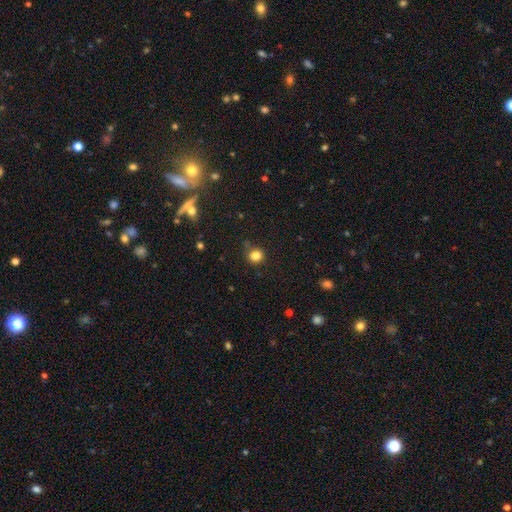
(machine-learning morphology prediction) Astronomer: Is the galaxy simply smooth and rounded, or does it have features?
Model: smooth — 82%.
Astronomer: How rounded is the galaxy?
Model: round — 89%.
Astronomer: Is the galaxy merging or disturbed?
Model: none — 75%.